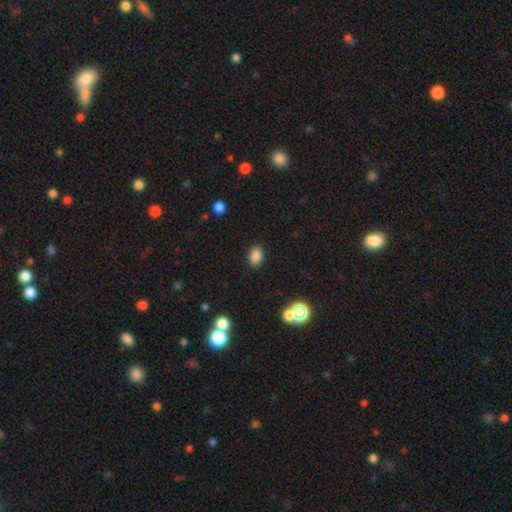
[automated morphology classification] Smooth or featured? smooth (85%)
How rounded? in between (86%)
Merging? none (87%)